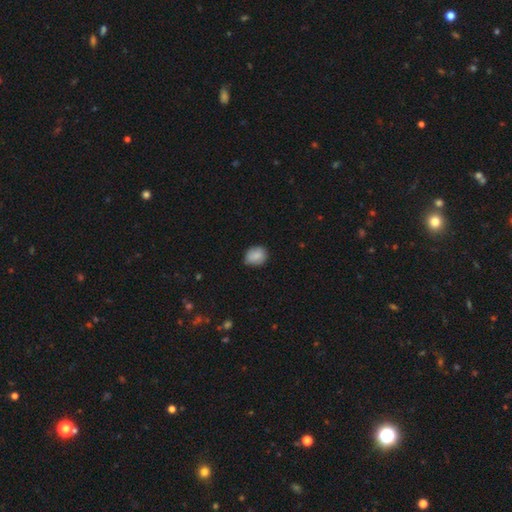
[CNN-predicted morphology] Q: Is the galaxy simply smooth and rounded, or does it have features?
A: smooth — 85%.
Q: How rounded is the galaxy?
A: round — 53%.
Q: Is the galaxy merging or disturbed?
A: none — 74%.